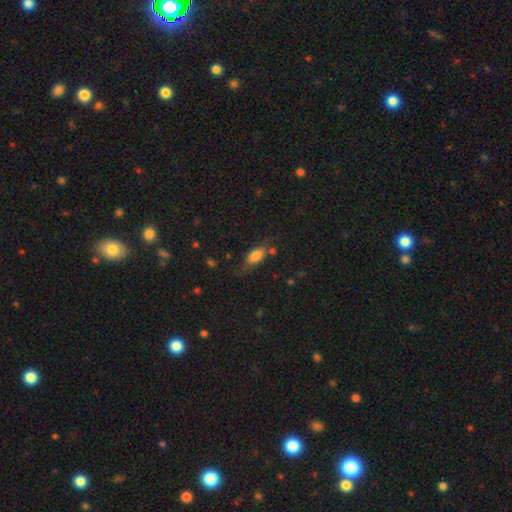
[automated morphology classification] Overall: smooth (75%). How rounded: in between (84%). Merging: none (52%; minor disturbance 27%).